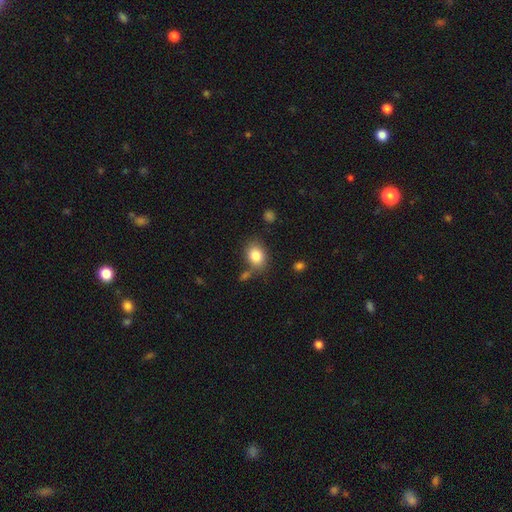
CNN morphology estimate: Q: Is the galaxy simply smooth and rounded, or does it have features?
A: smooth — 83%.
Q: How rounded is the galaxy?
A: in between — 55%.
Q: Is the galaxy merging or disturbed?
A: none — 71%.